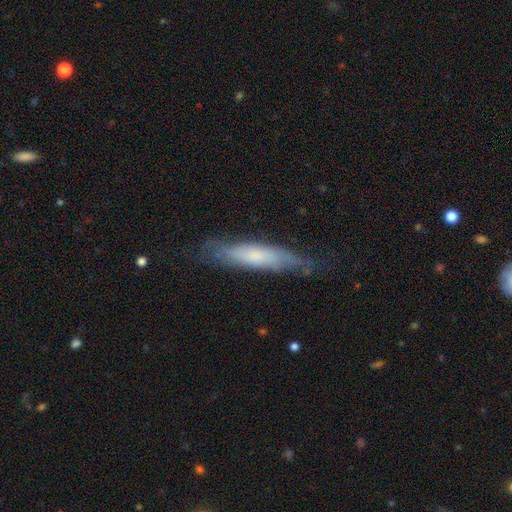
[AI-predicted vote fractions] Morphology: type=smooth (53%); roundness=cigar-shaped (79%); merging=none (70%).